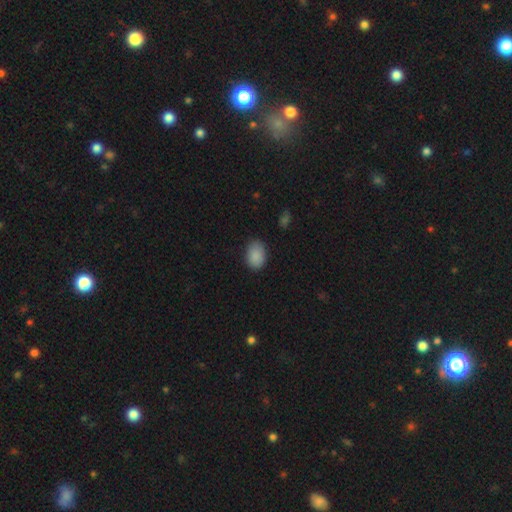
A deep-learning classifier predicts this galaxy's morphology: This appears to be a smooth galaxy with no disk features (88%) that is in between round and cigar-shaped (74%). Merging: none (79%).